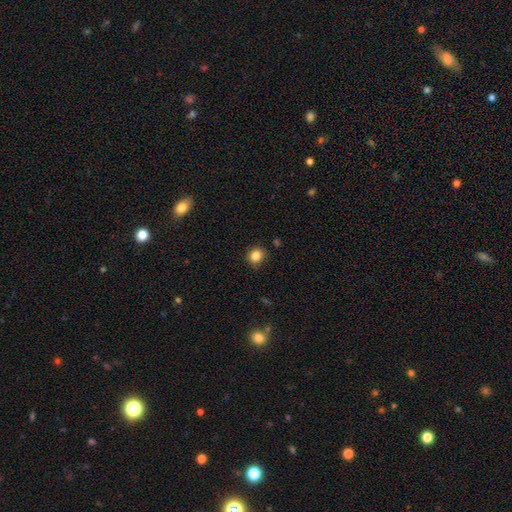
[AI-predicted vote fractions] Smooth or featured? Predicted: smooth (p=0.85). How rounded? Predicted: round (p=0.76). Merging? Predicted: none (p=0.86).